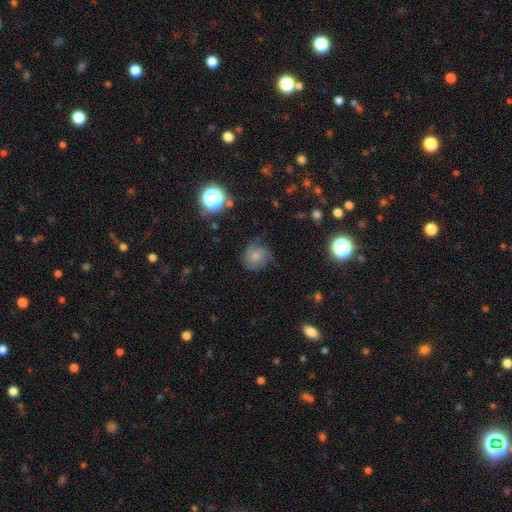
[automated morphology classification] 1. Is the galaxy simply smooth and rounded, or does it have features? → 54% smooth, 33% featured or disk, 13% star or artifact.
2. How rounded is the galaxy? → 82% round, 17% in between, 1% cigar-shaped.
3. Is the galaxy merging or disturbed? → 59% none, 27% minor disturbance, 13% major disturbance, 2% merger.